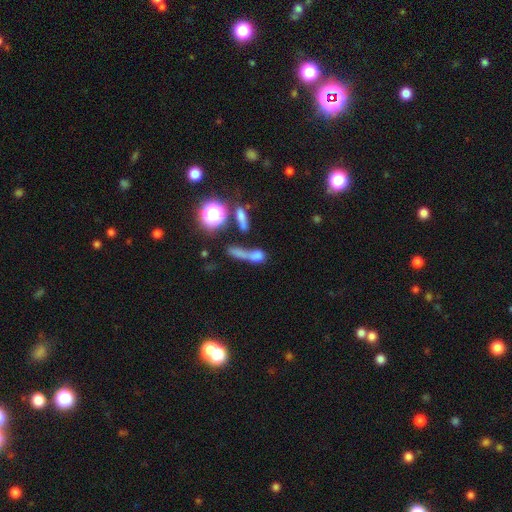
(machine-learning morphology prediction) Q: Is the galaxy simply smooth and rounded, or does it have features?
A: smooth — 62%.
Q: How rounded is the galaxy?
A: in between — 35%.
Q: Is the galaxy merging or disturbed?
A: merger — 46%.